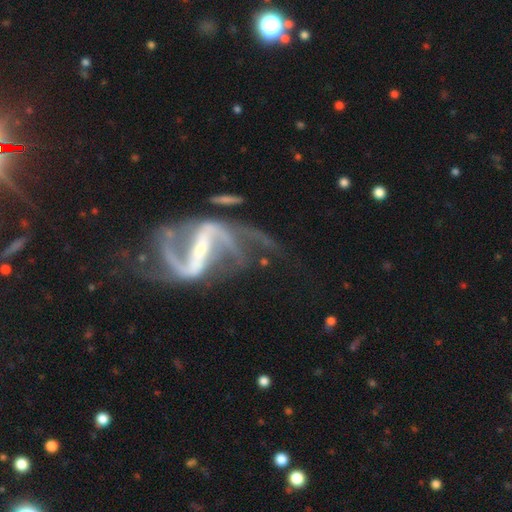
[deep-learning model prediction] Smooth or featured? Predicted: featured or disk (p=0.87). Edge-on disk? Predicted: no (p=0.95). Bar? Predicted: strong (p=0.64). Spiral arms? Predicted: yes (p=0.94). Spiral winding? Predicted: loose (p=0.65). Spiral arm count? Predicted: 2 (p=0.82). Bulge size? Predicted: small (p=0.54). Merging? Predicted: none (p=0.48).